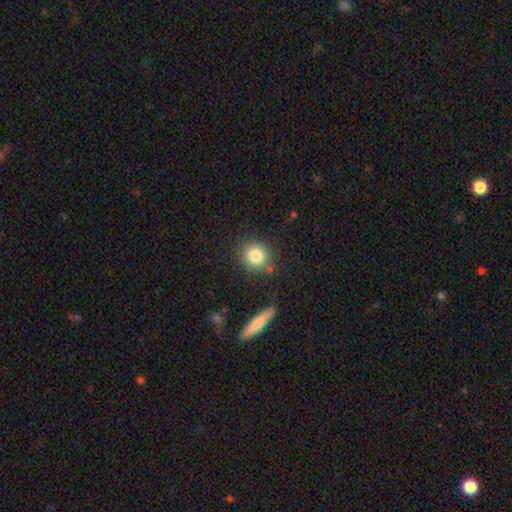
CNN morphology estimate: A smooth galaxy with no disk features (83%) that is round (83%).

Vote fractions:
- Smooth or featured? smooth: 83% / star or artifact: 9% / featured or disk: 8%
- How rounded? round: 83% / in between: 16% / cigar-shaped: 2%
- Merging? none: 80% / minor disturbance: 11% / merger: 6% / major disturbance: 3%